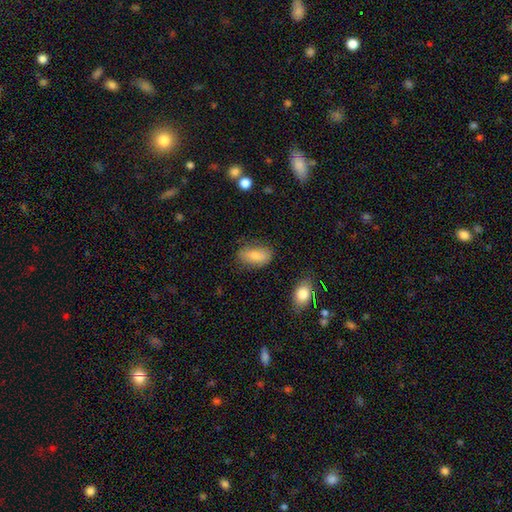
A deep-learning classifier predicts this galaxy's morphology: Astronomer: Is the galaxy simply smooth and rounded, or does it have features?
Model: smooth — 81%.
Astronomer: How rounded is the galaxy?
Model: in between — 90%.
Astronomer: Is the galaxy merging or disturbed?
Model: none — 73%.